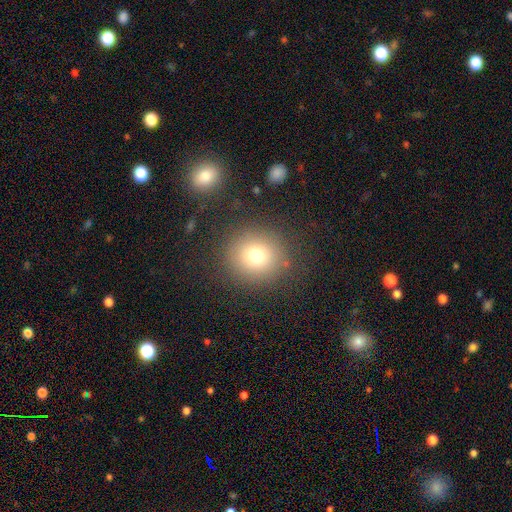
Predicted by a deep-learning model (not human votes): A smooth galaxy with no disk features (75%) that is round (89%).

Vote fractions:
- Smooth or featured? smooth: 75% / star or artifact: 15% / featured or disk: 11%
- How rounded? round: 89% / in between: 10% / cigar-shaped: 1%
- Merging? none: 86% / minor disturbance: 8% / major disturbance: 4% / merger: 2%